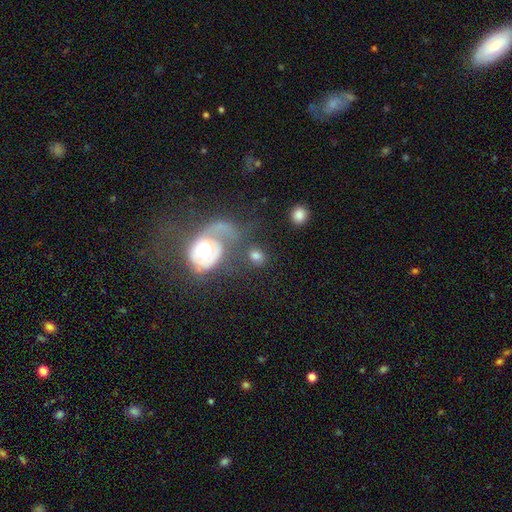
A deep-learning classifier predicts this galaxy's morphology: This is likely a smooth galaxy (61%). How rounded: likely round (62%). Merging: possibly none (52%).